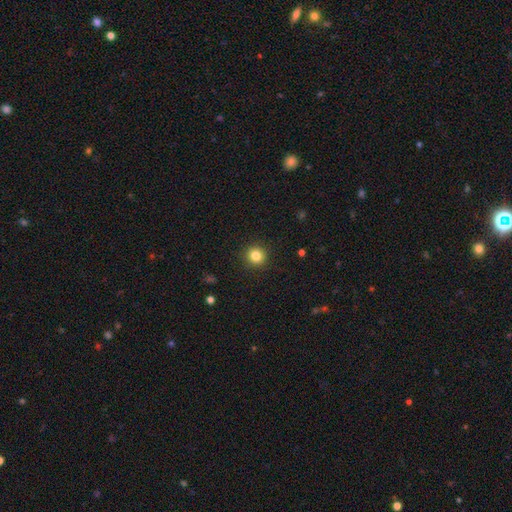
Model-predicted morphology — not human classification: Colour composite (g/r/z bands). It shows a smooth galaxy with no disk features (83%) that is round (94%). Merging: none (92%).